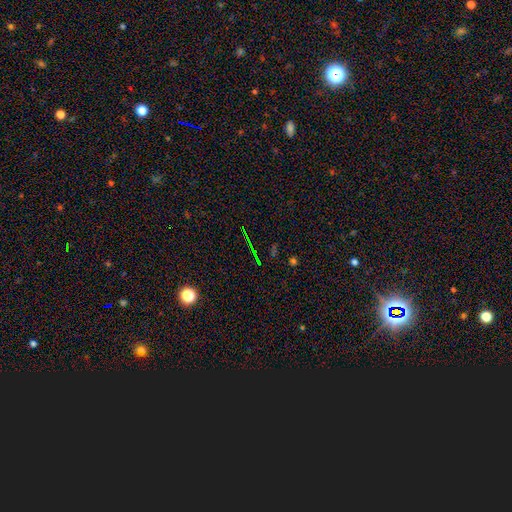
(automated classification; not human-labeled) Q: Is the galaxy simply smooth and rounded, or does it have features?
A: star or artifact — 71%.